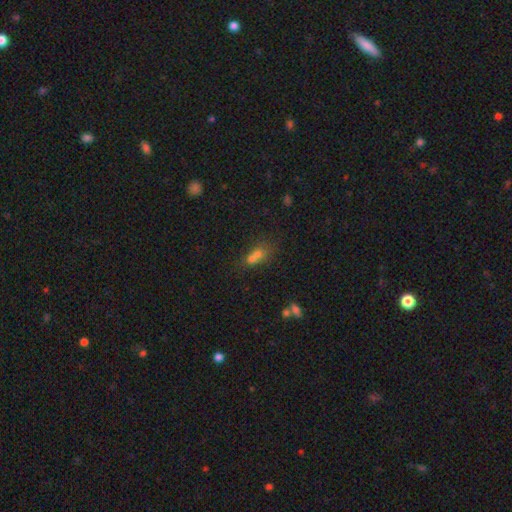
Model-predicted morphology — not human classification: A smooth galaxy with no disk features (58%) that is round (51%).

Vote fractions:
- Smooth or featured? smooth: 58% / star or artifact: 26% / featured or disk: 16%
- How rounded? round: 51% / in between: 43% / cigar-shaped: 6%
- Merging? merger: 55% / none: 31% / minor disturbance: 8% / major disturbance: 5%